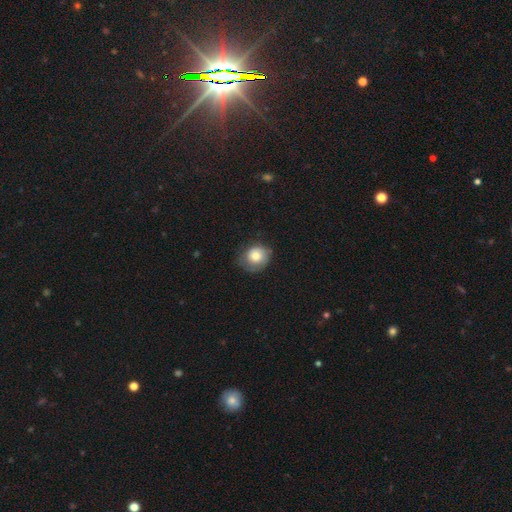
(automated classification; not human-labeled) This is likely a smooth galaxy (74%). How rounded: likely round (74%). Merging: likely none (60%).